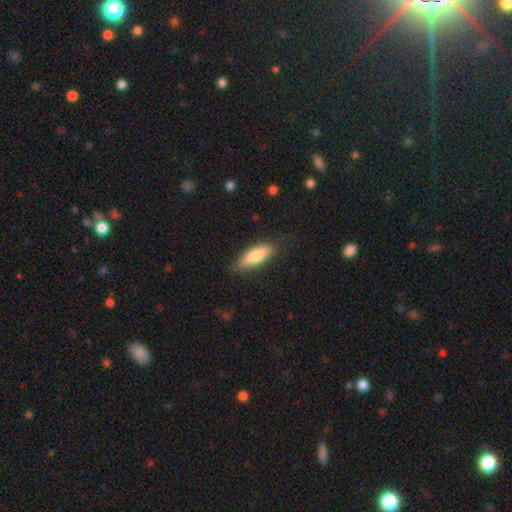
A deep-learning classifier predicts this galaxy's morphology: Overall: smooth (80%). How rounded: in between (64%; cigar-shaped 34%). Merging: none (79%).